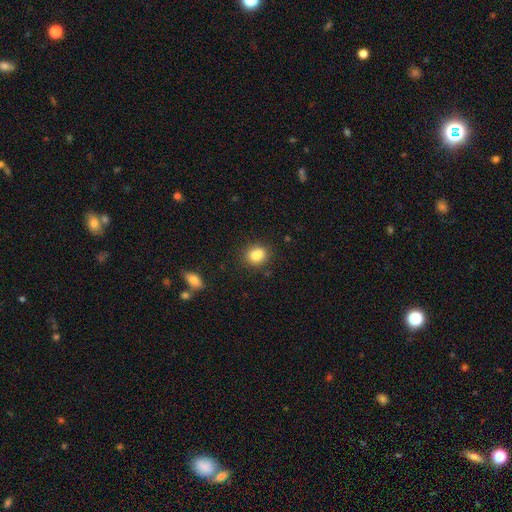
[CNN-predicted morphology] Smooth or featured? Predicted: smooth (p=0.84). How rounded? Predicted: round (p=0.52). Merging? Predicted: none (p=0.76).